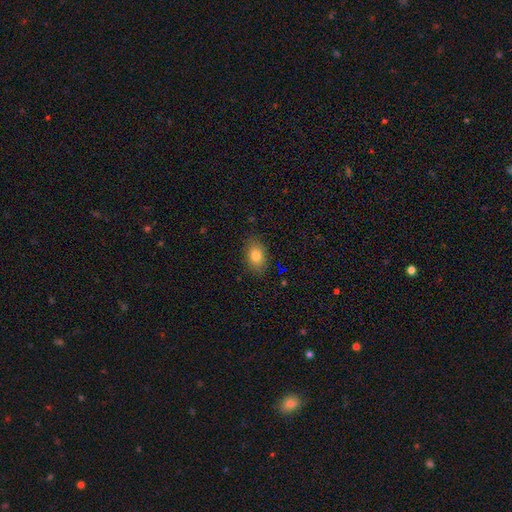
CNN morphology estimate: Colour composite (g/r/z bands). It shows a smooth galaxy with no disk features (80%) that is in between round and cigar-shaped (81%). Merging: none (85%).